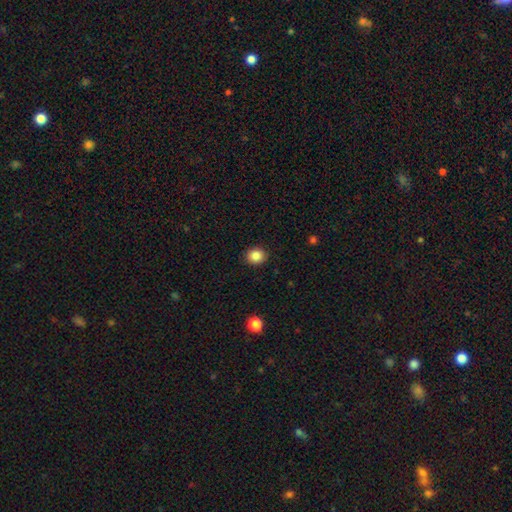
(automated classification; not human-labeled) Smooth or featured: smooth — 87% (star or artifact — 9%)
How rounded: round — 69% (in between — 30%)
Merging: none — 90% (minor disturbance — 7%)